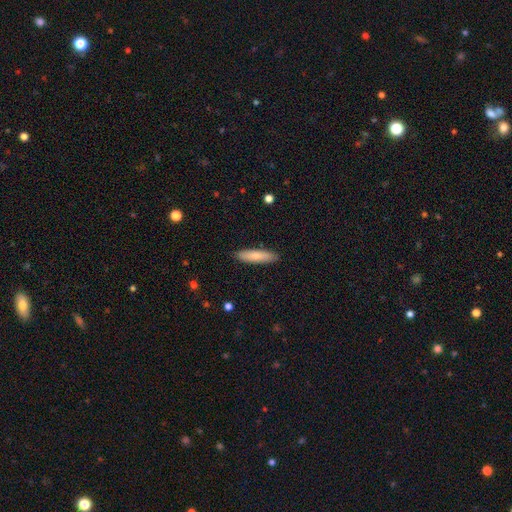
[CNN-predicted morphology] Smooth or featured? smooth (79%)
How rounded? cigar-shaped (74%)
Merging? none (89%)